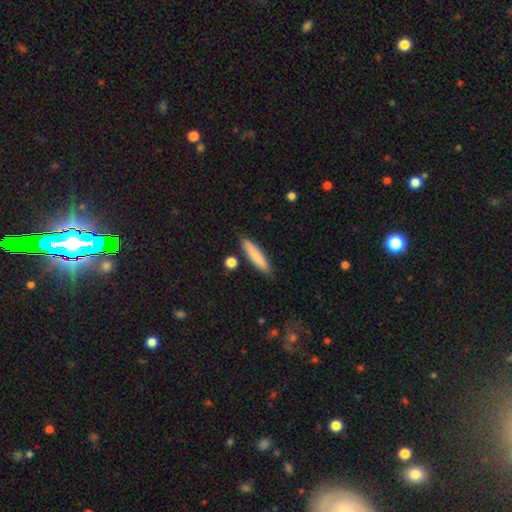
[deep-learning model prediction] smooth_or_featured: smooth (p=0.81) [alt: featured or disk p=0.13]
how_rounded: cigar-shaped (p=0.85) [alt: in between p=0.14]
merging: none (p=0.86) [alt: minor disturbance p=0.09]